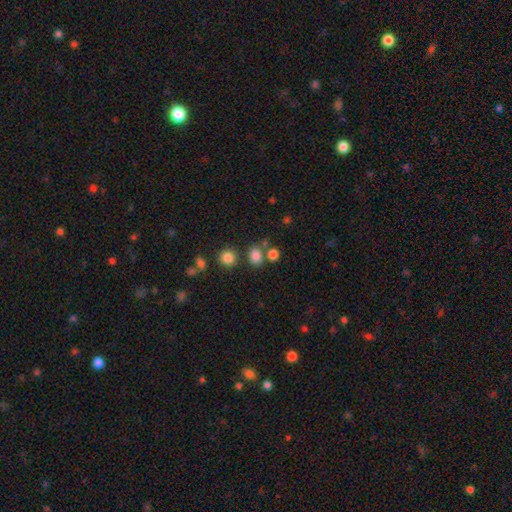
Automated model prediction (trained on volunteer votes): A smooth galaxy with no disk features (80%) that is round (59%).

Vote fractions:
- Smooth or featured? smooth: 80% / star or artifact: 14% / featured or disk: 6%
- How rounded? round: 59% / in between: 40% / cigar-shaped: 1%
- Merging? none: 68% / merger: 18% / minor disturbance: 10% / major disturbance: 4%